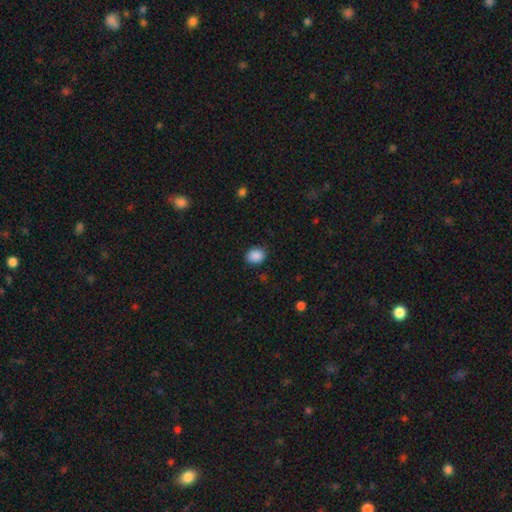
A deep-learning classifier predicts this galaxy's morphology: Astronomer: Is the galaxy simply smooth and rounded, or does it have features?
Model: smooth — 89%.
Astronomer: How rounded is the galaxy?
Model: in between — 52% (runner-up: round, 47%).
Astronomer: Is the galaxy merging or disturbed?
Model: none — 85%.